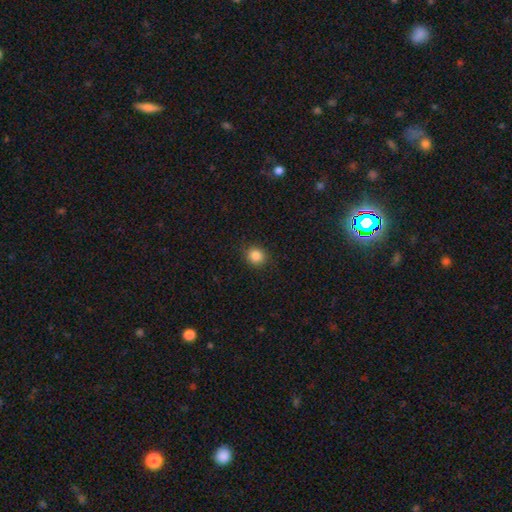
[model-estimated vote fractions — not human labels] This is clearly a smooth galaxy (86%). How rounded: clearly round (85%). Merging: clearly none (89%).